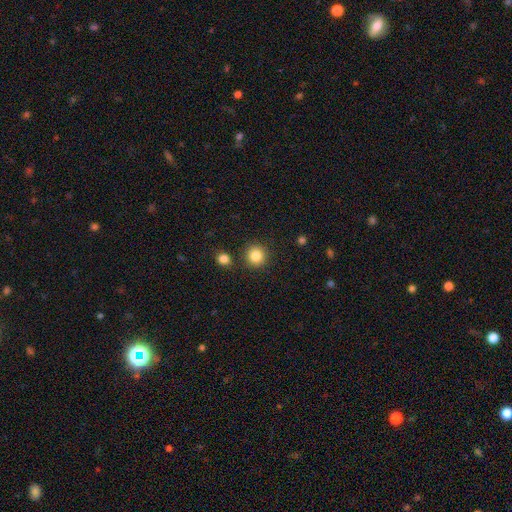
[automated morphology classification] smooth 85%, star or artifact 10%, featured or disk 5%. Down the decision tree: how rounded — round (93%); merging — none (87%).